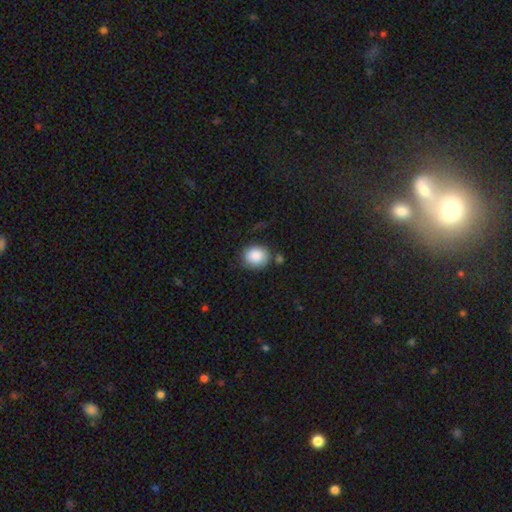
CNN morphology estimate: Smooth or featured: smooth — 88% (star or artifact — 8%)
How rounded: round — 72% (in between — 27%)
Merging: none — 75% (minor disturbance — 15%)